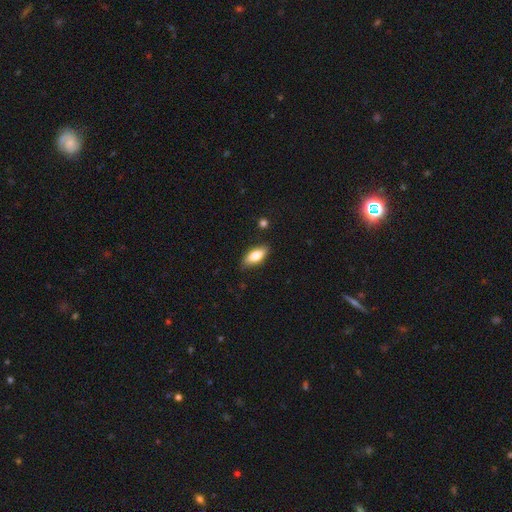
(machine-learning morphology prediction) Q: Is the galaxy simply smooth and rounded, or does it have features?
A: smooth — 76%.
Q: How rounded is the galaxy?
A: in between — 81%.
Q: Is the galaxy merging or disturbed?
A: none — 84%.